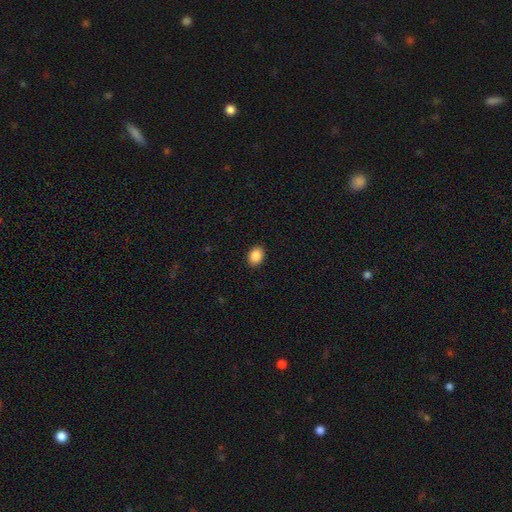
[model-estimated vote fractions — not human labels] Smooth or featured? Predicted: smooth (p=0.88). How rounded? Predicted: in between (p=0.64). Merging? Predicted: none (p=0.90).